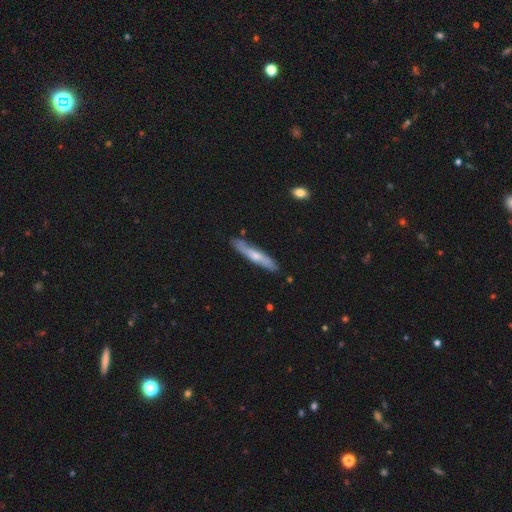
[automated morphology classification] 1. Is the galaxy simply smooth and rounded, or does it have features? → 48% smooth, 47% featured or disk, 5% star or artifact.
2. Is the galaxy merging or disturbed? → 83% none, 13% minor disturbance, 2% merger, 2% major disturbance.